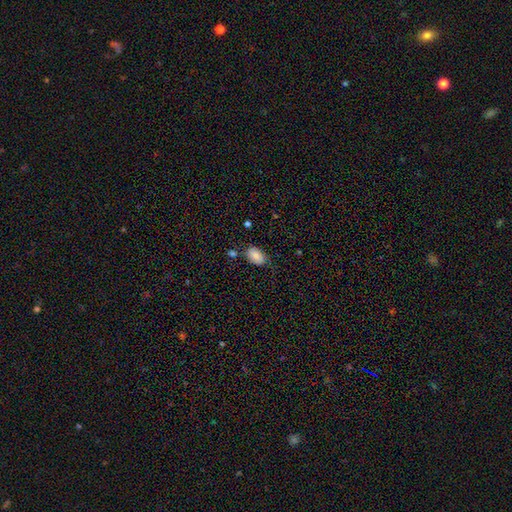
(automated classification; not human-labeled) Smooth or featured? smooth (86%)
How rounded? in between (92%)
Merging? none (66%)